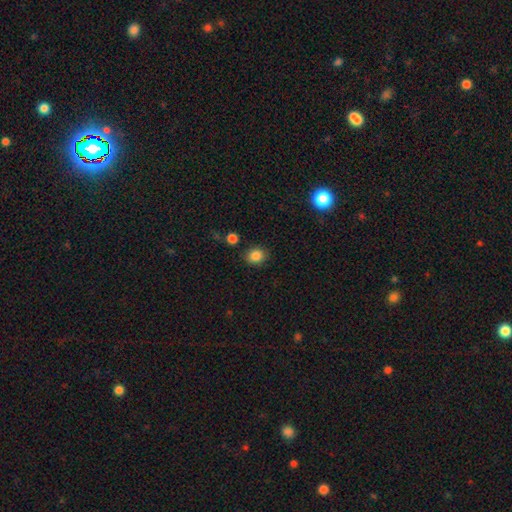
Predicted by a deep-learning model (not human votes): smooth 85%, star or artifact 10%, featured or disk 5%. Down the decision tree: how rounded — round (65%); merging — none (85%).